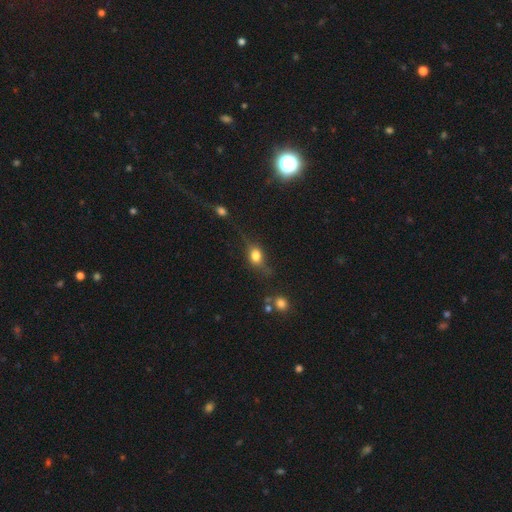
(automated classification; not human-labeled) This is possibly a smooth galaxy (57%). How rounded: possibly in between (51%). Merging: likely none (60%).